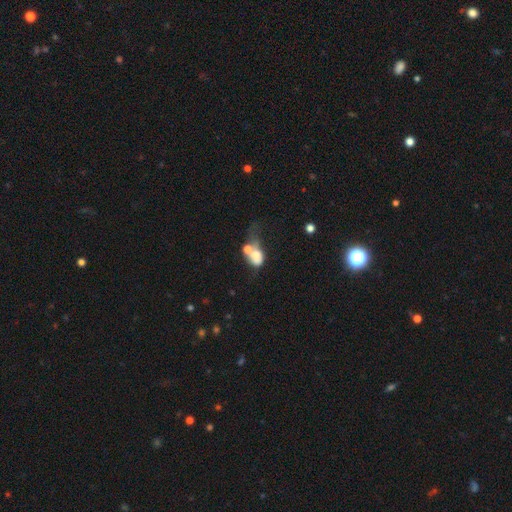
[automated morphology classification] Overall: smooth (60%; featured or disk 28%). How rounded: in between (65%; round 33%). Merging: merger (53%; major disturbance 25%).